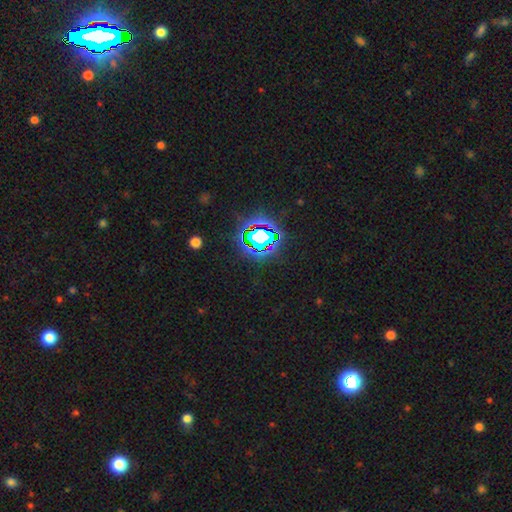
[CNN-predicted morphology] The model was most divided on "smooth or featured": star or artifact: 82%, smooth: 11%, featured or disk: 7%.